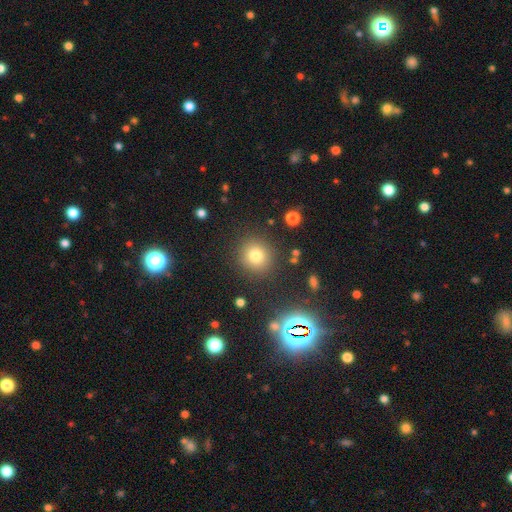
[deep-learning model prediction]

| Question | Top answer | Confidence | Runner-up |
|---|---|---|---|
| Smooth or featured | smooth | 77% | star or artifact (15%) |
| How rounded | round | 91% | in between (8%) |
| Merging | none | 87% | minor disturbance (7%) |